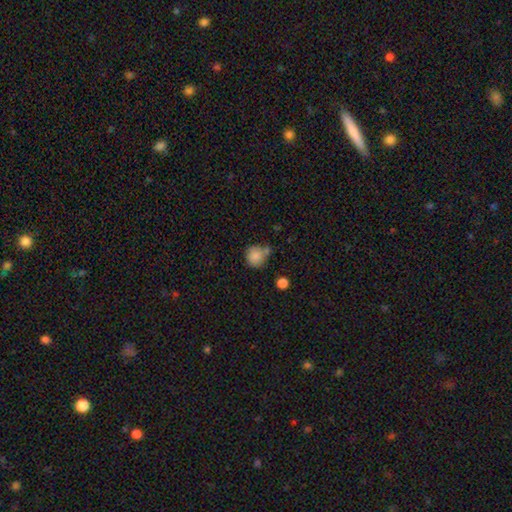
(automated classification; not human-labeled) smooth_or_featured: smooth (p=0.84) [alt: star or artifact p=0.09]
how_rounded: round (p=0.87) [alt: in between p=0.13]
merging: none (p=0.55) [alt: minor disturbance p=0.23]